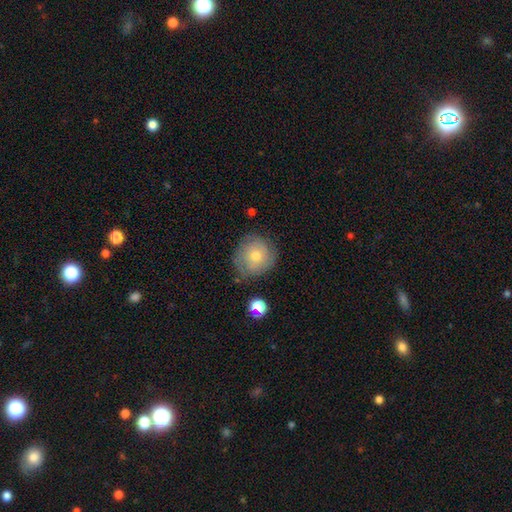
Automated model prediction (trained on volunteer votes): smooth 58%, featured or disk 33%, star or artifact 9%. Down the decision tree: how rounded — round (91%); merging — none (73%).